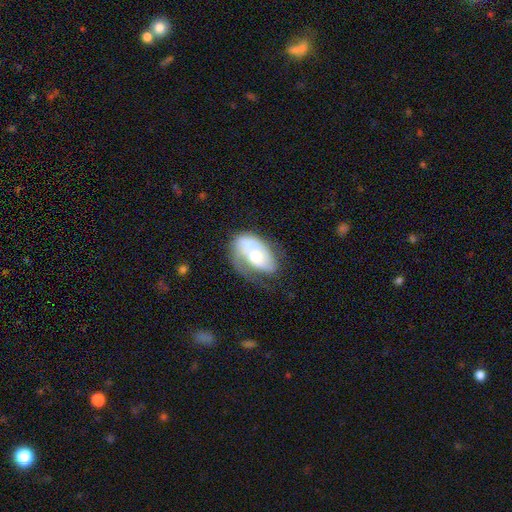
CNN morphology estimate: This is likely a featured or disk galaxy (64%). It is clearly not viewed edge-on (95%). Bar: likely no (69%). Spiral arm pattern: likely yes (73%). Central bulge: likely moderate (65%). Merging: marginally none (40%).